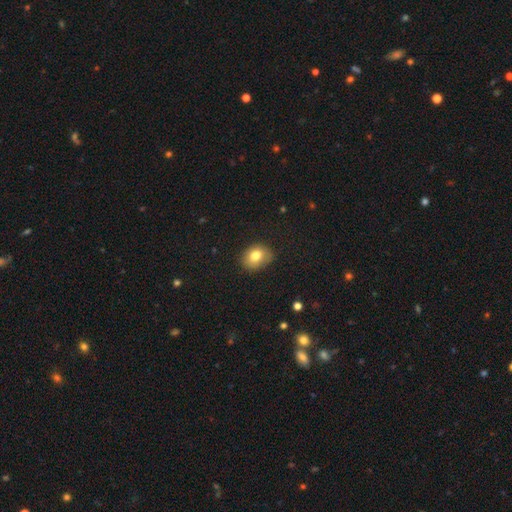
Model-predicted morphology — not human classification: type=smooth (78%); roundness=in between (60%); merging=none (73%).